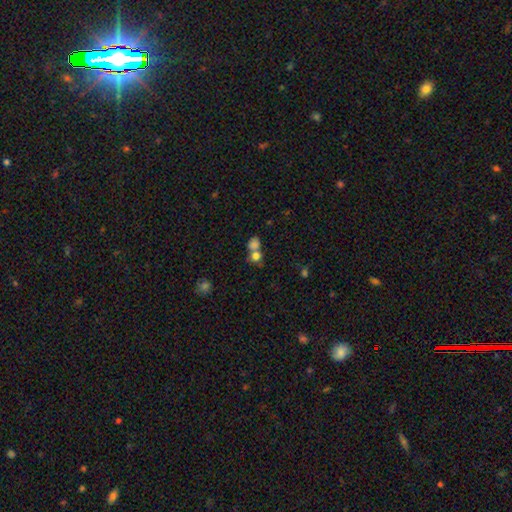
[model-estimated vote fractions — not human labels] This is likely a smooth galaxy (77%). How rounded: likely round (75%). Merging: possibly merger (53%).